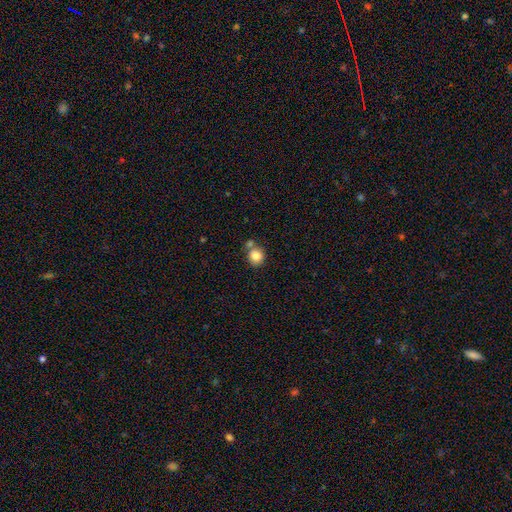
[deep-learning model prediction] Morphology: type=smooth (85%); roundness=round (86%); merging=none (59%).